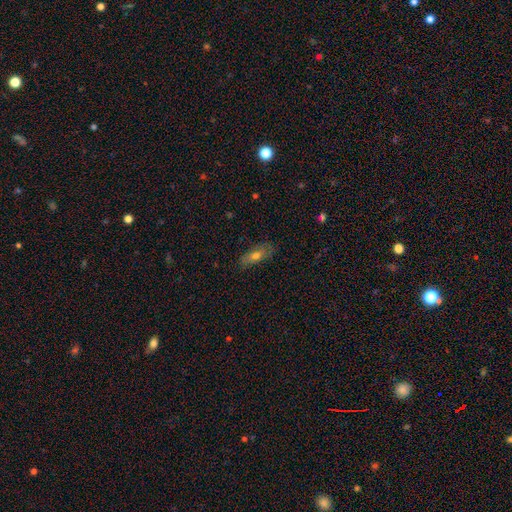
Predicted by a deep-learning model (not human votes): This is likely a smooth galaxy (66%). How rounded: likely in between (69%). Merging: likely none (78%).